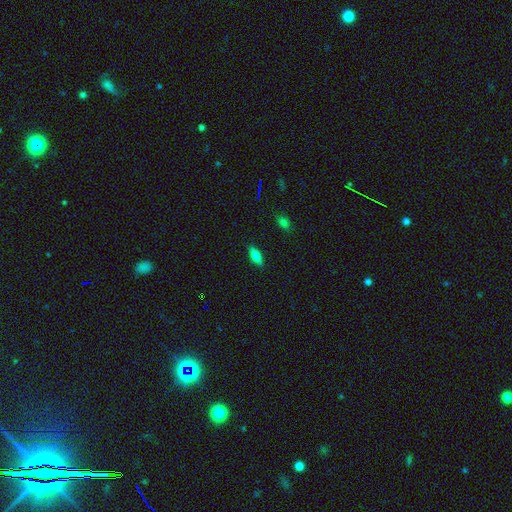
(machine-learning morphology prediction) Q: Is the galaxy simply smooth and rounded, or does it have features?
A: smooth — 64%.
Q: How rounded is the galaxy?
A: in between — 64%.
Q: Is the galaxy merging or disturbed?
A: none — 88%.